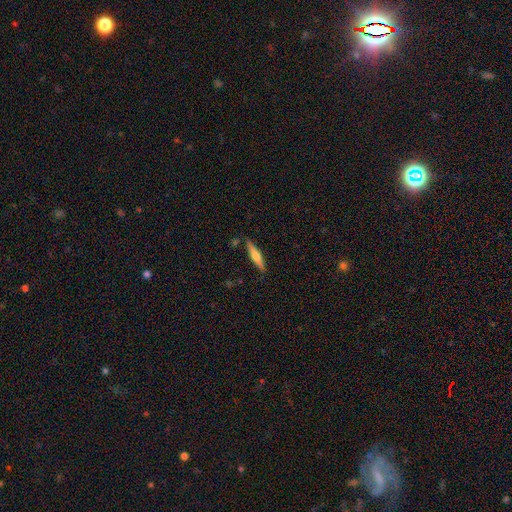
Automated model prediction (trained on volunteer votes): The model was most divided on "smooth or featured" (2-way tie): smooth: 47%, featured or disk: 47%, star or artifact: 6%. More confident: merging — none (86%).